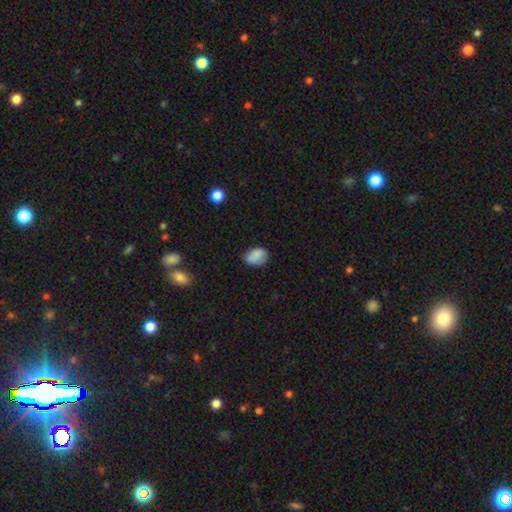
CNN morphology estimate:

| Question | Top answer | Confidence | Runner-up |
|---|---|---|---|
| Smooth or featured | smooth | 83% | star or artifact (9%) |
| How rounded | in between | 75% | round (24%) |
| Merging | none | 69% | minor disturbance (24%) |